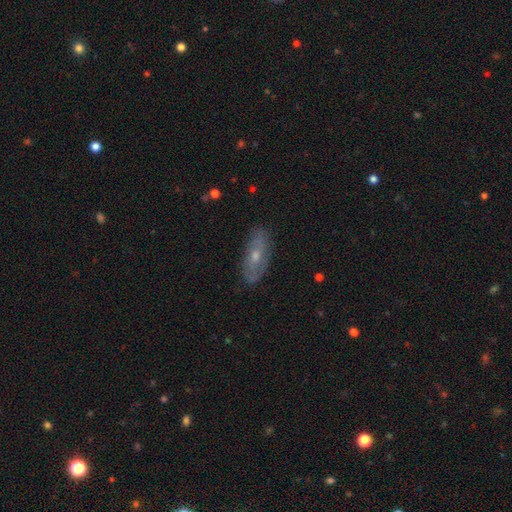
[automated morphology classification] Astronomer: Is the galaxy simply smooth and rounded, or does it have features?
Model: featured or disk — 53% (runner-up: smooth, 38%).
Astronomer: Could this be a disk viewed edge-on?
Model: no — 76%.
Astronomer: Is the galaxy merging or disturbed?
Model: none — 82%.